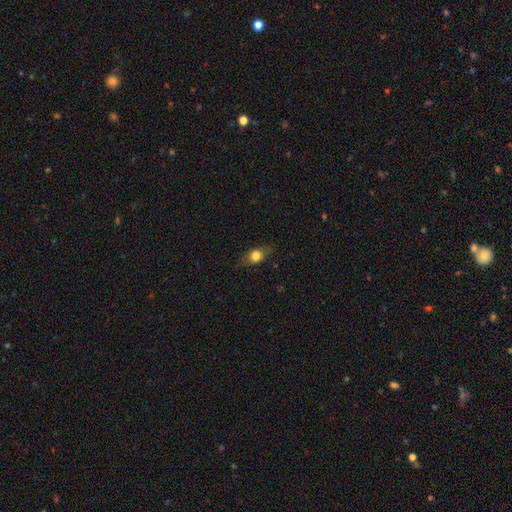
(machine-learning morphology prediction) Q: Smooth or featured?
A: smooth (72%); runner-up: featured or disk (18%)
Q: How rounded?
A: in between (56%); runner-up: round (37%)
Q: Merging?
A: none (78%); runner-up: minor disturbance (16%)